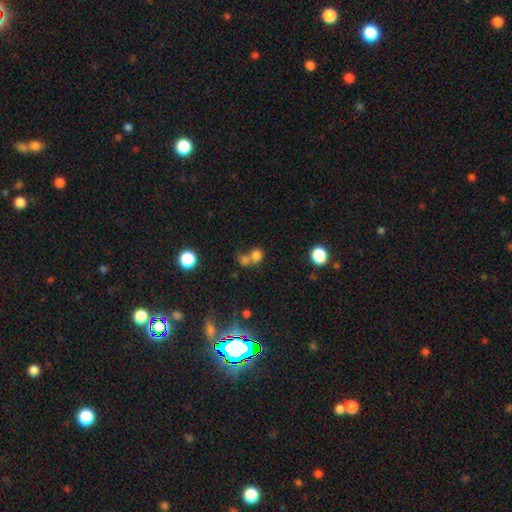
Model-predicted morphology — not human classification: The model was most divided on "smooth or featured": star or artifact: 46%, smooth: 41%, featured or disk: 13%.